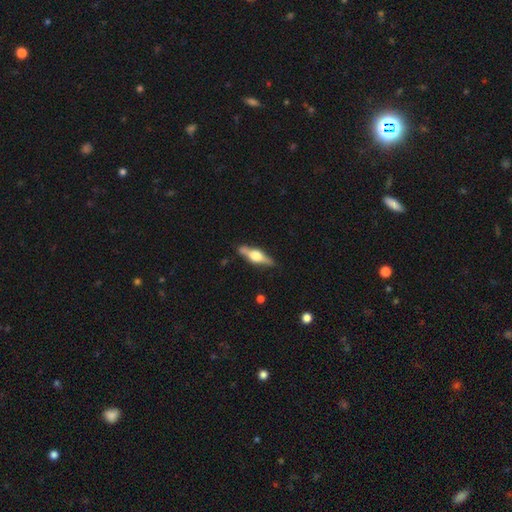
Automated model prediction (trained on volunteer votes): Smooth or featured? featured or disk (71%)
Edge-on disk? yes (96%)
Edge-on bulge? rounded (93%)
Merging? none (83%)